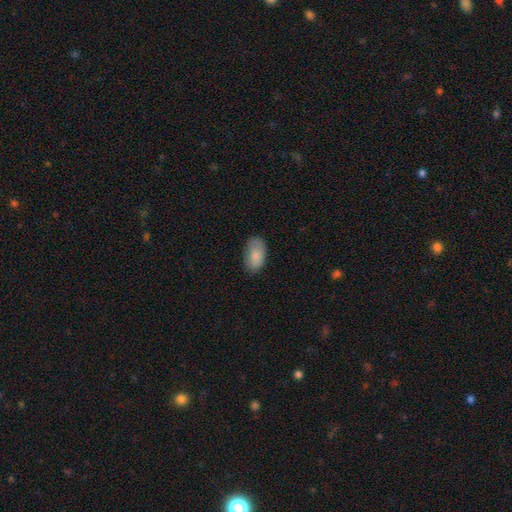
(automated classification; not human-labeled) Smooth or featured: smooth — 84% (featured or disk — 10%)
How rounded: in between — 94% (round — 5%)
Merging: none — 76% (minor disturbance — 19%)